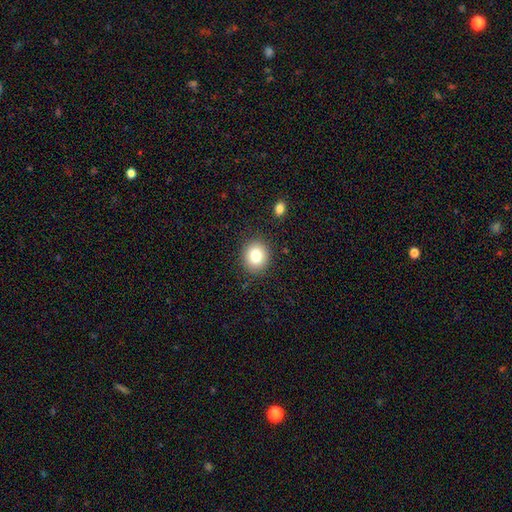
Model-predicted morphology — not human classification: Smooth or featured? smooth (80%)
How rounded? round (75%)
Merging? none (88%)